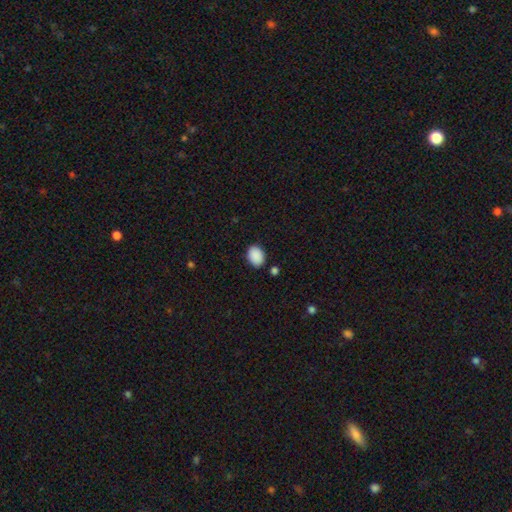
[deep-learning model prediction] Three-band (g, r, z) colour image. It shows a smooth galaxy with no disk features (90%) that is in between round and cigar-shaped (76%). Merging: none (85%).